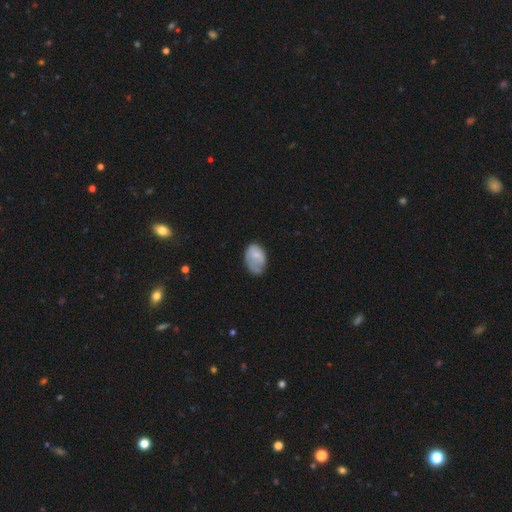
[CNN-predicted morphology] Q: Smooth or featured?
A: smooth (73%); runner-up: featured or disk (20%)
Q: How rounded?
A: in between (85%); runner-up: round (13%)
Q: Merging?
A: minor disturbance (41%); runner-up: none (37%)